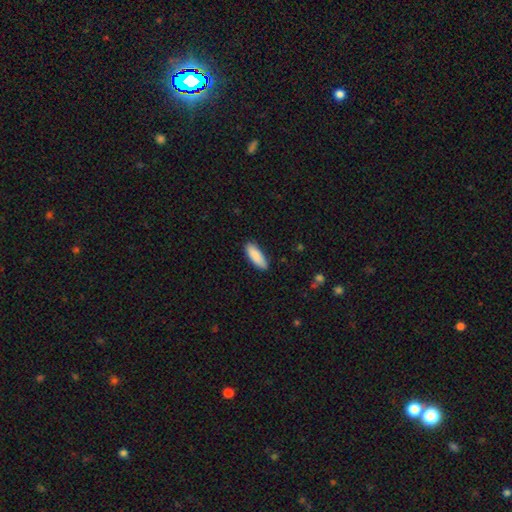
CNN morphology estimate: Smooth or featured? Predicted: smooth (p=0.90). How rounded? Predicted: in between (p=0.65). Merging? Predicted: none (p=0.86).